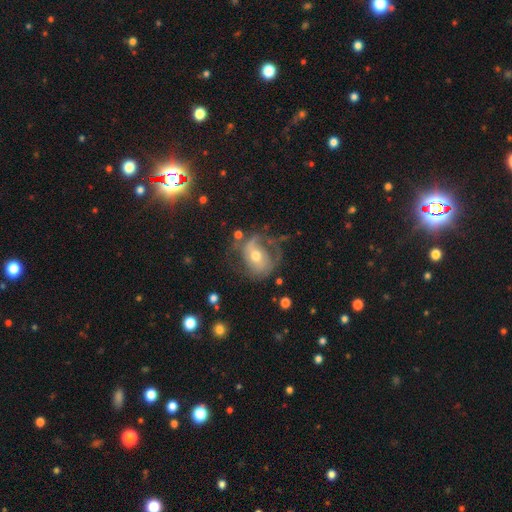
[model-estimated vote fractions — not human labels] This is likely a featured or disk galaxy (71%). It is clearly not viewed edge-on (97%). Bar: possibly no (51%). Spiral arm pattern: clearly yes (80%). Spiral arm count: possibly 2 (50%). Spiral winding: marginally medium (42%). Central bulge: likely moderate (67%). Merging: possibly none (46%).